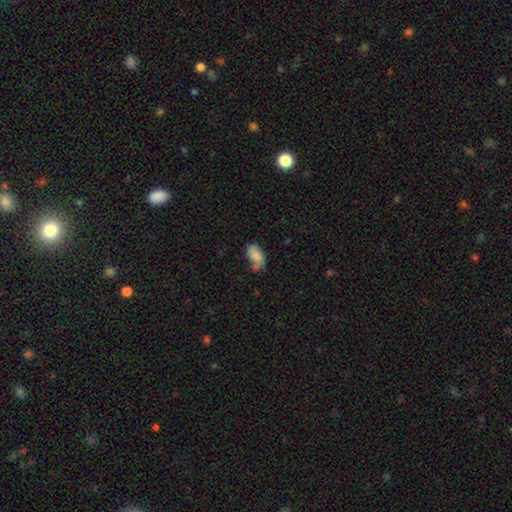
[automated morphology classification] A smooth galaxy with no disk features (71%) that is in between round and cigar-shaped (92%). Merging: none (46%).